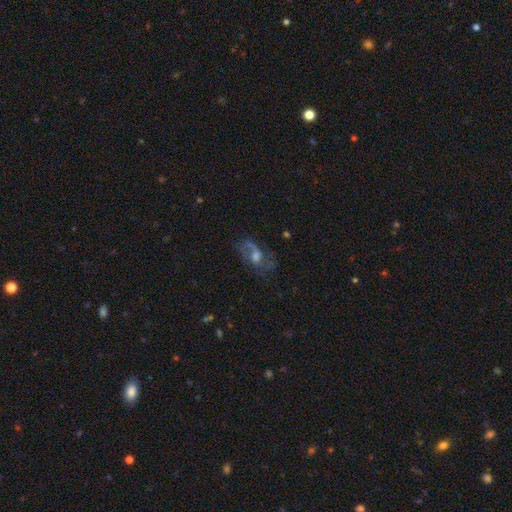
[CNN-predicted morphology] Overall: featured or disk (68%). Edge-on disk: no (94%). Bar: no (53%; weak 39%). Spiral arms: yes (81%). Spiral arm count: 2 (69%). Spiral winding: loose (52%; medium 37%). Bulge size: moderate (54%; small 24%). Merging: none (59%; minor disturbance 19%).